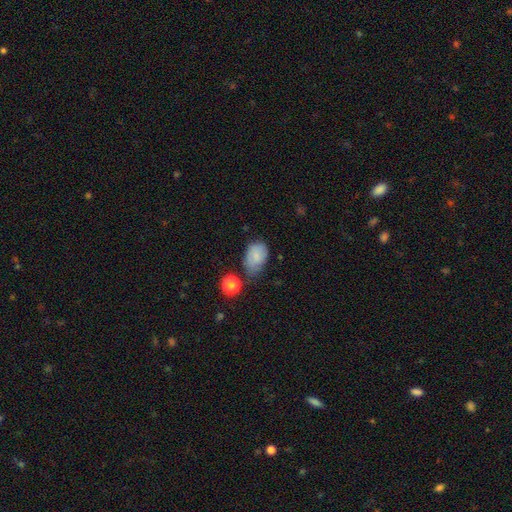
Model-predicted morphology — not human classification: smooth_or_featured: smooth (p=0.78) [alt: featured or disk p=0.13]
how_rounded: in between (p=0.84) [alt: round p=0.15]
merging: none (p=0.46) [alt: minor disturbance p=0.36]